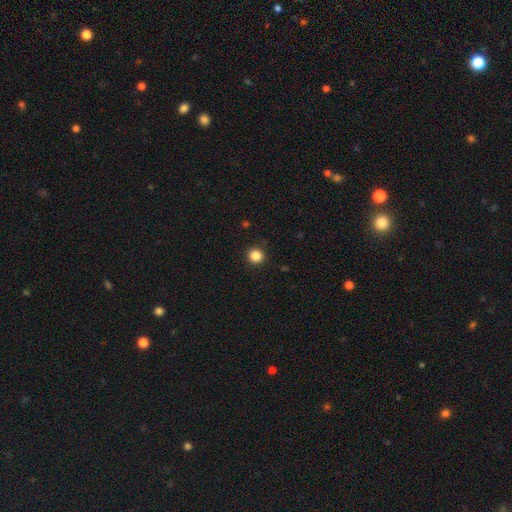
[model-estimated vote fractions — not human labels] Q: Smooth or featured?
A: smooth (85%); runner-up: star or artifact (11%)
Q: How rounded?
A: round (95%); runner-up: in between (4%)
Q: Merging?
A: none (93%); runner-up: minor disturbance (5%)